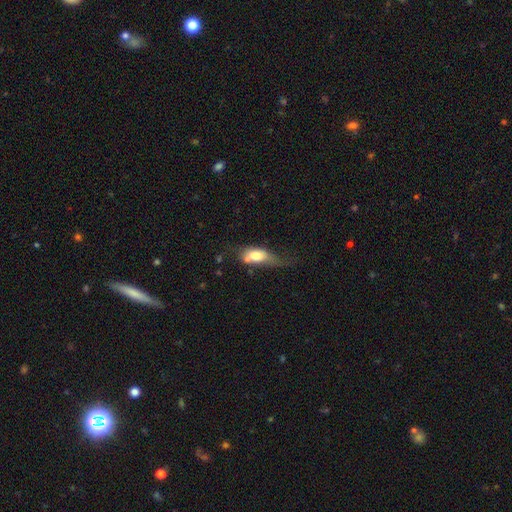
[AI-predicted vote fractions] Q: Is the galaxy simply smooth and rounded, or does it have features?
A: smooth — 67%.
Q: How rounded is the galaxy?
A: in between — 80%.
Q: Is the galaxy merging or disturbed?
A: major disturbance — 32%.